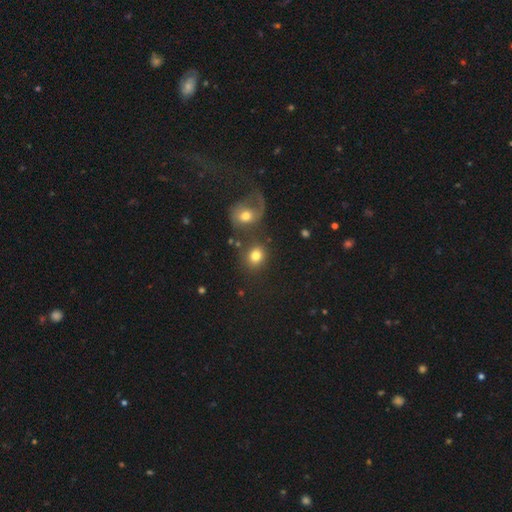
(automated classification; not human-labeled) The model was most divided on "merging": none: 57%, merger: 25%, minor disturbance: 11%, major disturbance: 8%. More confident: smooth or featured — smooth (77%); how rounded — round (72%).